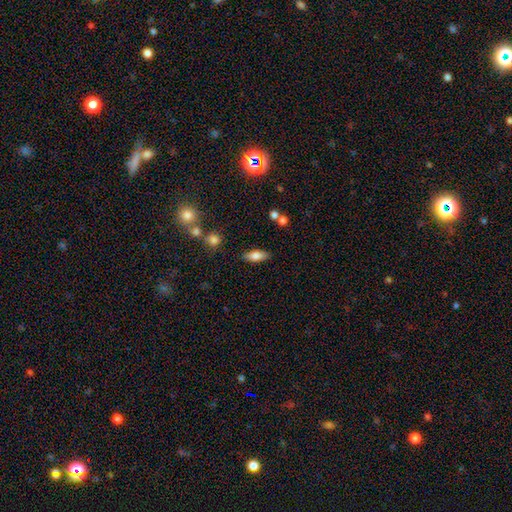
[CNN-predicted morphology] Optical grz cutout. It shows a smooth galaxy with no disk features (76%) that is in between round and cigar-shaped (76%). Merging: none (83%).